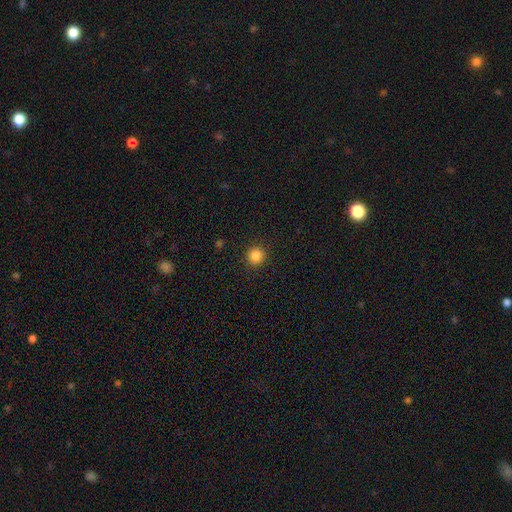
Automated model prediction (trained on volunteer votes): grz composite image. It shows a smooth galaxy with no disk features (85%) that is round (94%). Merging: none (92%).